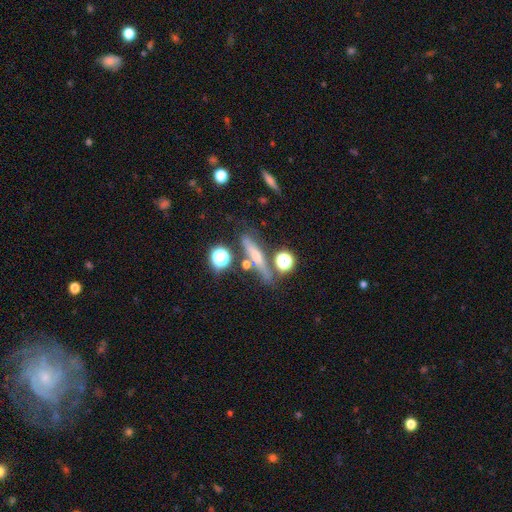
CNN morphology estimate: A featured or disk galaxy (47%).

Vote fractions:
- Smooth or featured? featured or disk: 47% / smooth: 36% / star or artifact: 18%
- Merging? none: 71% / minor disturbance: 14% / merger: 9% / major disturbance: 6%